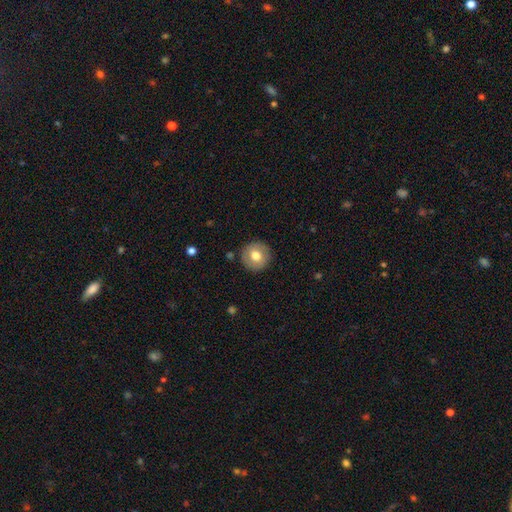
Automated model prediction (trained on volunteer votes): Smooth or featured? Predicted: smooth (p=0.74). How rounded? Predicted: round (p=0.94). Merging? Predicted: none (p=0.89).